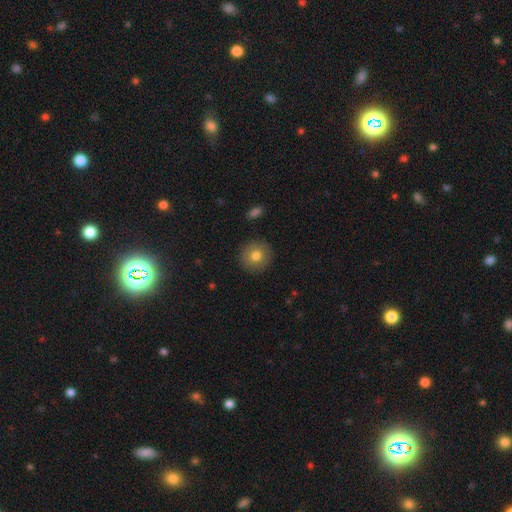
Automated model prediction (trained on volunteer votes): Overall: smooth (78%). How rounded: round (94%). Merging: none (90%).